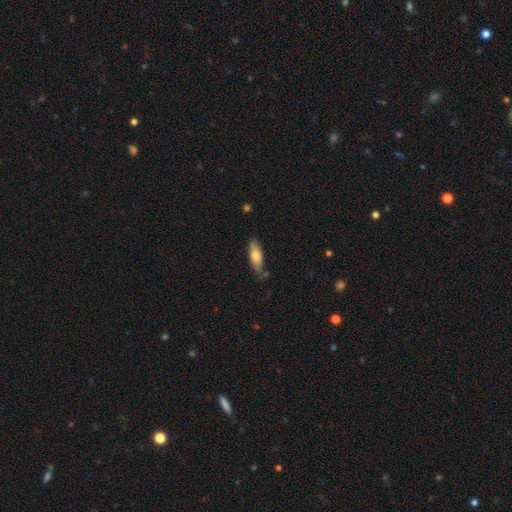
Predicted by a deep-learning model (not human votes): A smooth galaxy with no disk features (69%) that is in between round and cigar-shaped (50%).

Vote fractions:
- Smooth or featured? smooth: 69% / featured or disk: 25% / star or artifact: 6%
- How rounded? in between: 50% / cigar-shaped: 48% / round: 2%
- Merging? none: 70% / minor disturbance: 21% / merger: 4% / major disturbance: 4%